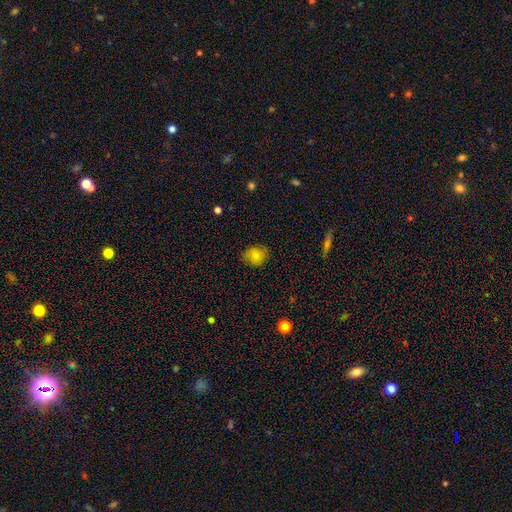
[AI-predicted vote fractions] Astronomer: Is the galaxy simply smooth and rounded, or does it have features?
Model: smooth — 76%.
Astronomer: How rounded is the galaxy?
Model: round — 68%.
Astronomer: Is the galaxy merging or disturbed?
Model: none — 79%.